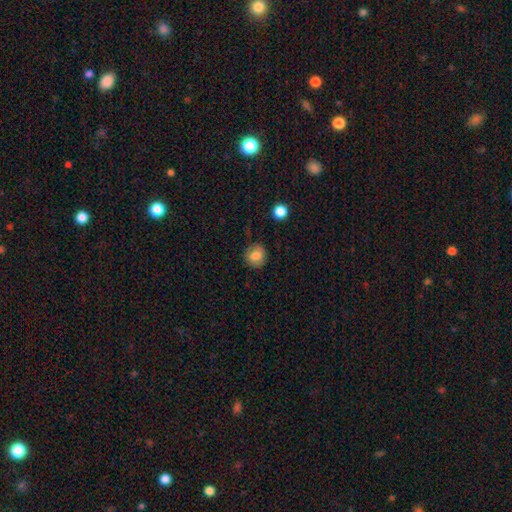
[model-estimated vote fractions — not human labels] smooth_or_featured: smooth (p=0.82) [alt: star or artifact p=0.10]
how_rounded: round (p=0.85) [alt: in between p=0.14]
merging: none (p=0.81) [alt: minor disturbance p=0.13]